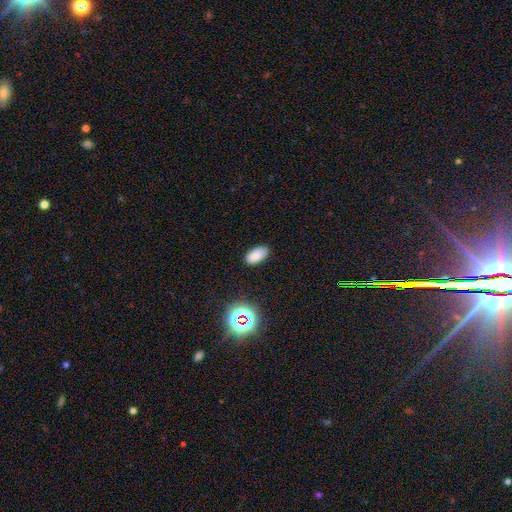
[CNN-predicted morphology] The model was most divided on "smooth or featured": smooth: 80%, star or artifact: 13%, featured or disk: 7%. More confident: how rounded — in between (93%); merging — none (82%).